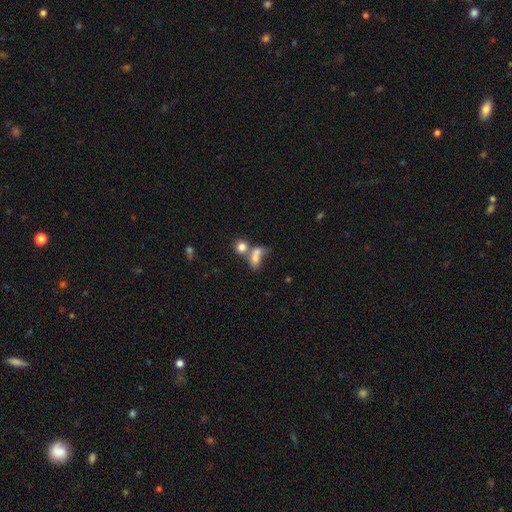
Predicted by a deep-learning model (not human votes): smooth 72%, featured or disk 16%, star or artifact 12%. Down the decision tree: how rounded — in between (67%); merging — merger (59%).